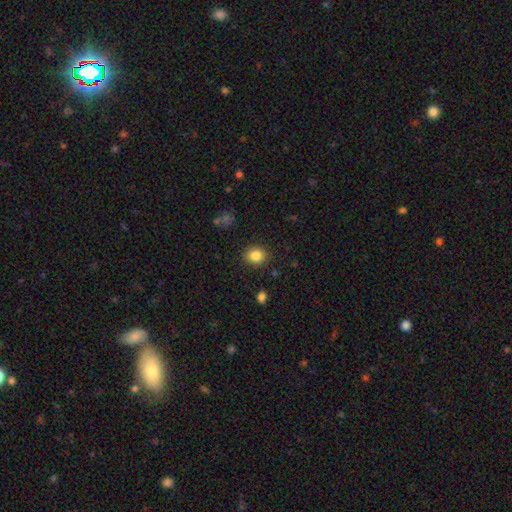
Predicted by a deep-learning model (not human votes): Smooth or featured? smooth (84%)
How rounded? round (71%)
Merging? none (88%)